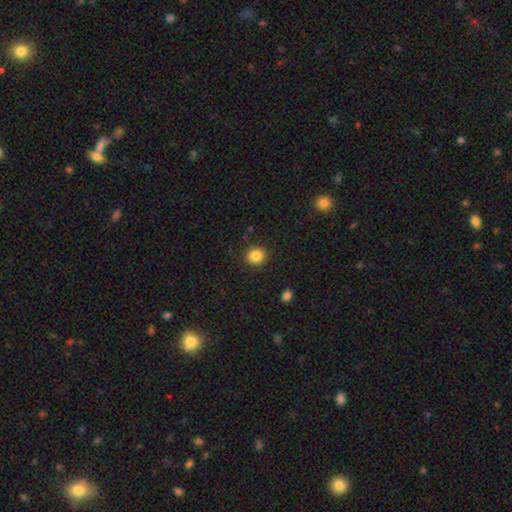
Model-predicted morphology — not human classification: Smooth or featured? smooth (85%)
How rounded? round (83%)
Merging? none (87%)